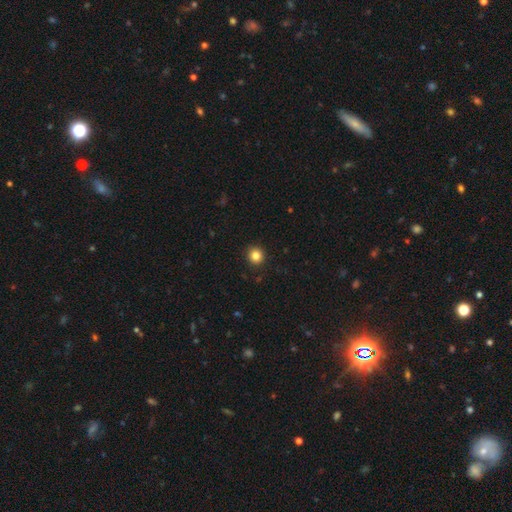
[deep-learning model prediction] Q: Smooth or featured?
A: smooth (84%); runner-up: star or artifact (11%)
Q: How rounded?
A: round (93%); runner-up: in between (6%)
Q: Merging?
A: none (92%); runner-up: minor disturbance (5%)